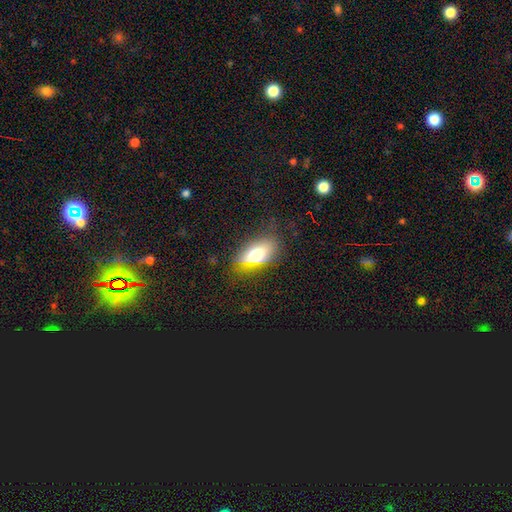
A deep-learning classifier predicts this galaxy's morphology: Overall: smooth (66%). How rounded: in between (82%). Merging: none (74%).